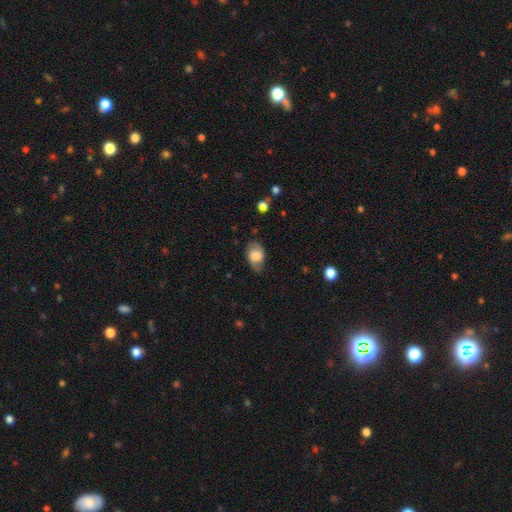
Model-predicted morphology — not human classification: Smooth or featured: smooth — 72% (featured or disk — 20%)
How rounded: in between — 84% (round — 15%)
Merging: none — 67% (minor disturbance — 25%)